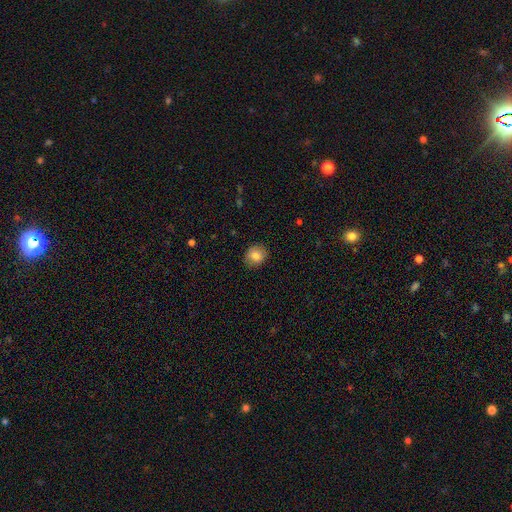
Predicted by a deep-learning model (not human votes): Smooth or featured? Predicted: smooth (p=0.82). How rounded? Predicted: round (p=0.77). Merging? Predicted: none (p=0.86).